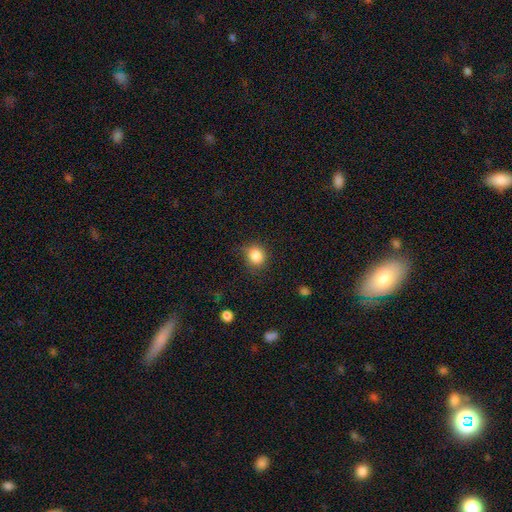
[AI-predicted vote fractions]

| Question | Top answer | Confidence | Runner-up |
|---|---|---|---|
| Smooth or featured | smooth | 86% | star or artifact (10%) |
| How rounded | round | 69% | in between (30%) |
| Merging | none | 77% | minor disturbance (17%) |